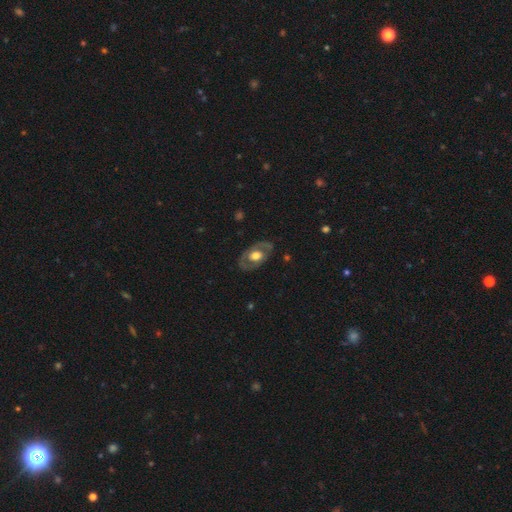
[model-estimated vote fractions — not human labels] This appears to be a featured or disk galaxy (61%) with no bar (78%), no spiral arms (64%) and a moderate central bulge (51%). Merging: none (76%).